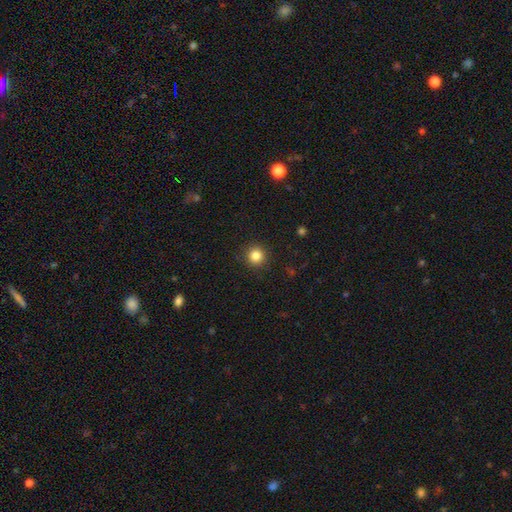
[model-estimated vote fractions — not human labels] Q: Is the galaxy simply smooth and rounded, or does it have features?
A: smooth — 84%.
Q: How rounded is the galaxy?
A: round — 95%.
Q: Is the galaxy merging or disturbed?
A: none — 91%.